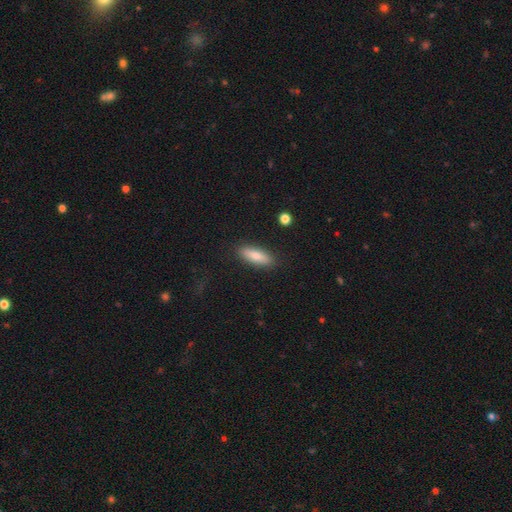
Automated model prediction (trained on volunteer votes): The model was most divided on "how rounded": in between: 54%, cigar-shaped: 43%, round: 2%. More confident: merging — none (87%); smooth or featured — smooth (78%).